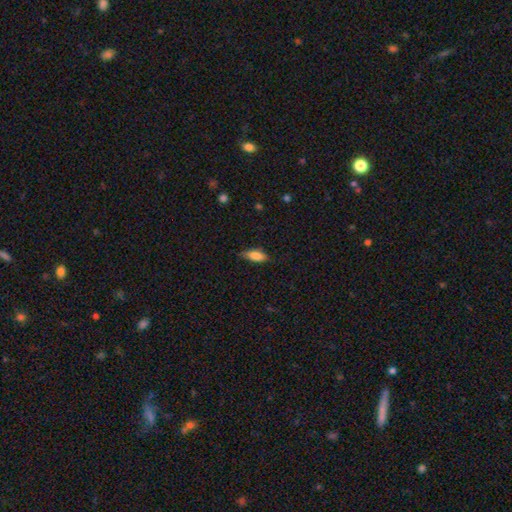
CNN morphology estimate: Smooth or featured?
  - smooth: 82% *
  - featured or disk: 11%
  - star or artifact: 7%
How rounded?
  - in between: 75% *
  - cigar-shaped: 22%
  - round: 2%
Merging?
  - none: 76% *
  - minor disturbance: 19%
  - major disturbance: 3%
  - merger: 1%